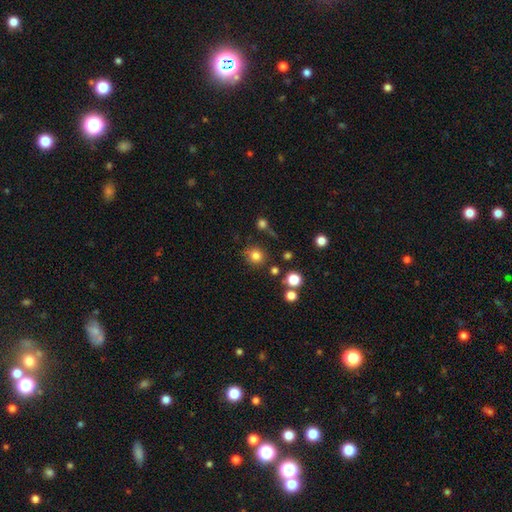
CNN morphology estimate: Overall: smooth (81%). How rounded: round (88%). Merging: none (80%).